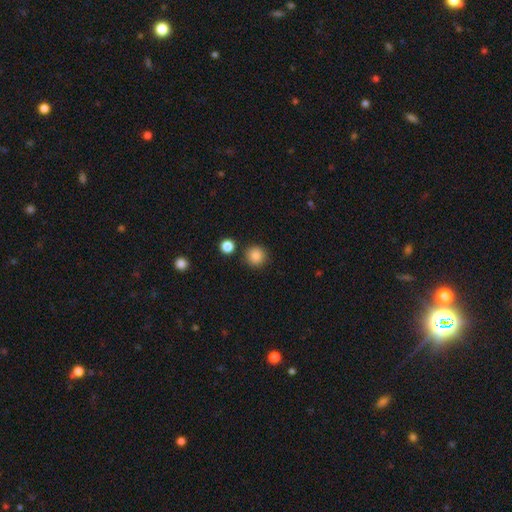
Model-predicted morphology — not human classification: This is clearly a smooth galaxy (86%). How rounded: clearly round (95%). Merging: clearly none (88%).